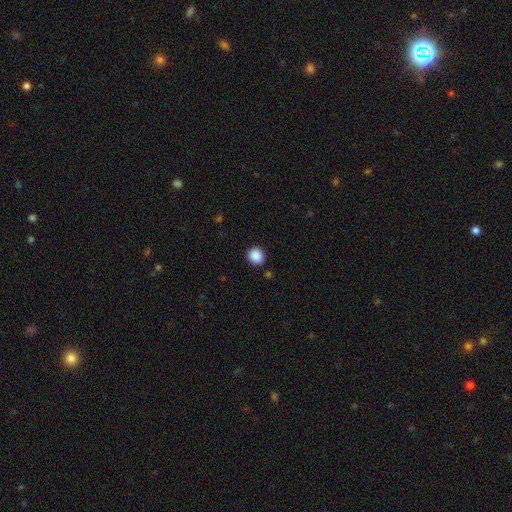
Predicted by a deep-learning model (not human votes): smooth 88%, star or artifact 9%, featured or disk 3%. Down the decision tree: how rounded — round (88%); merging — none (90%).